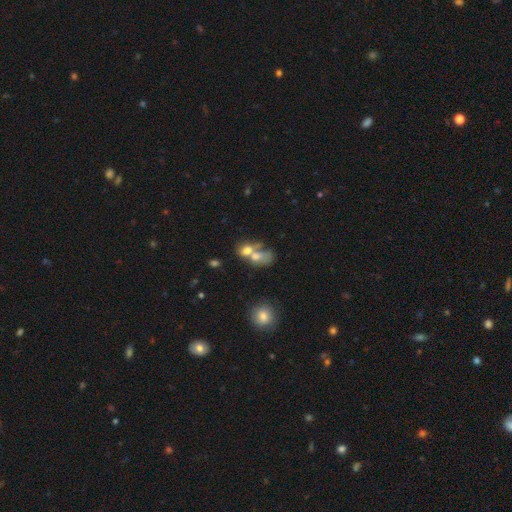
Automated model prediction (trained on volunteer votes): Overall: smooth (59%; featured or disk 26%). How rounded: in between (66%; round 30%). Merging: merger (61%; none 23%).